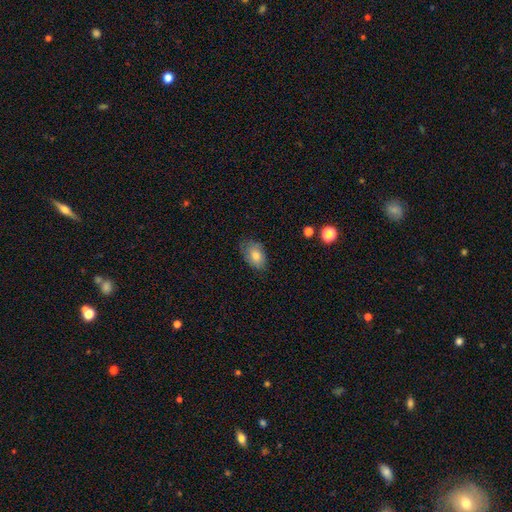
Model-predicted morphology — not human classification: Smooth or featured?
  - smooth: 78% *
  - featured or disk: 14%
  - star or artifact: 8%
How rounded?
  - in between: 87% *
  - round: 12%
  - cigar-shaped: 1%
Merging?
  - none: 68% *
  - minor disturbance: 25%
  - major disturbance: 5%
  - merger: 1%